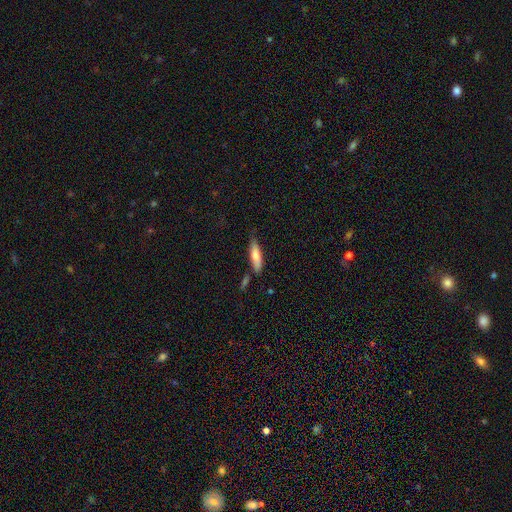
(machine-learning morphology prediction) smooth_or_featured: smooth (p=0.75) [alt: featured or disk p=0.19]
how_rounded: cigar-shaped (p=0.64) [alt: in between p=0.34]
merging: none (p=0.68) [alt: minor disturbance p=0.21]